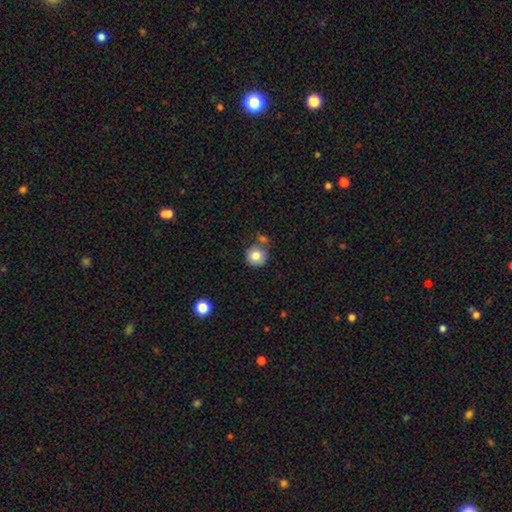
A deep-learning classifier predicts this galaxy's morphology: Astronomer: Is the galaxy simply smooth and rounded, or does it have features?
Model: smooth — 81%.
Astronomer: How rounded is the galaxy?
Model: round — 92%.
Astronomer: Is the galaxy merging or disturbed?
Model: none — 68%.